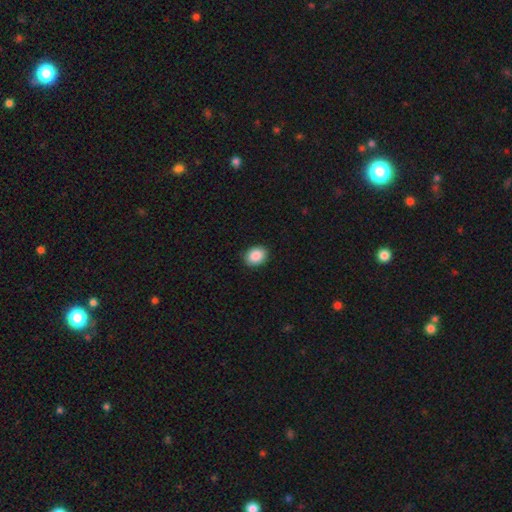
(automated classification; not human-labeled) A smooth galaxy with no disk features (88%) that is in between round and cigar-shaped (51%). Merging: none (90%).